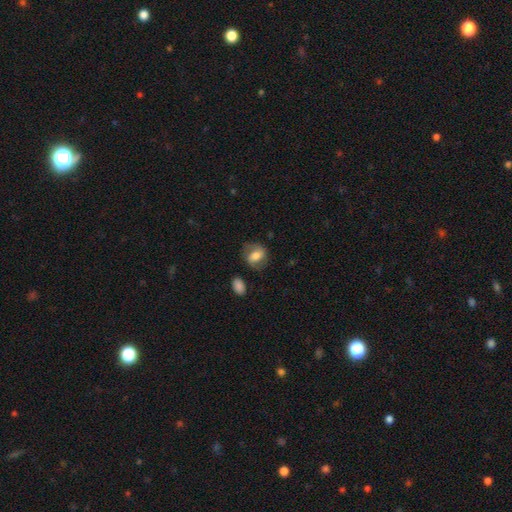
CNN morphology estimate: This is possibly a smooth galaxy (57%). How rounded: possibly in between (54%). Merging: likely none (70%).